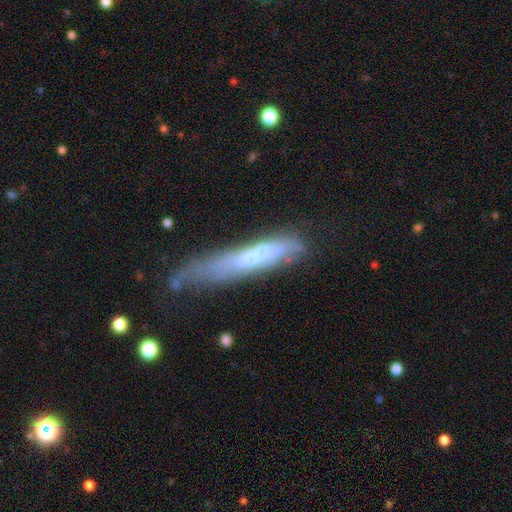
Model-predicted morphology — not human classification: smooth-or-featured: featured or disk: 54% | smooth: 37% | star or artifact: 9%
  disk-edge-on: yes: 54% | no: 46%
  merging: none: 41% | minor disturbance: 25% | major disturbance: 18% | merger: 16%